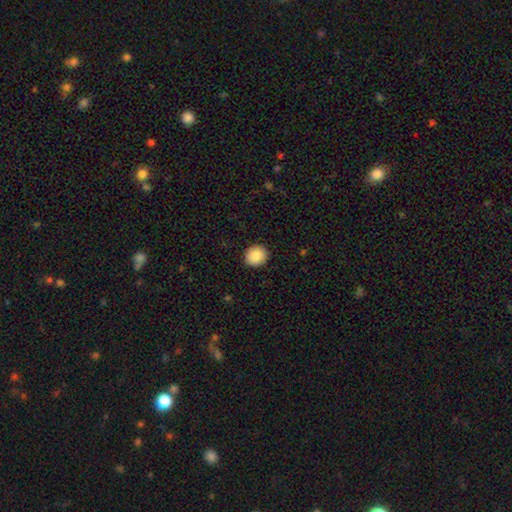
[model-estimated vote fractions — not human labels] Smooth or featured?
  - smooth: 88% *
  - star or artifact: 8%
  - featured or disk: 4%
How rounded?
  - round: 79% *
  - in between: 20%
  - cigar-shaped: 1%
Merging?
  - none: 91% *
  - minor disturbance: 6%
  - major disturbance: 2%
  - merger: 1%